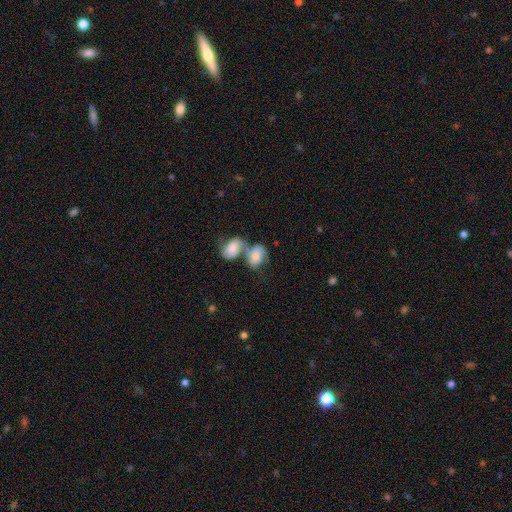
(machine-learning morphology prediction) smooth_or_featured: smooth (p=0.61) [alt: featured or disk p=0.32]
how_rounded: in between (p=0.78) [alt: round p=0.20]
merging: merger (p=0.67) [alt: none p=0.17]